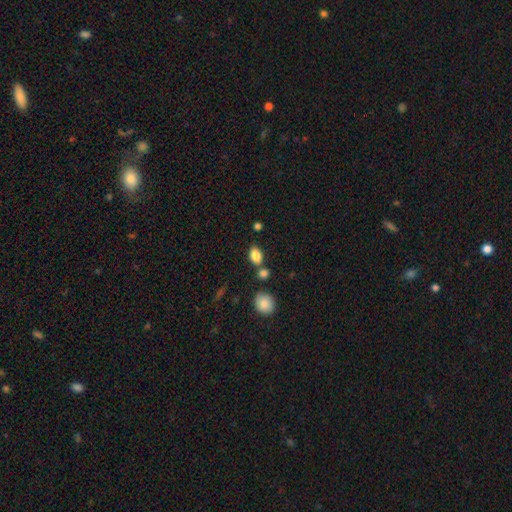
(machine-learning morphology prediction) Overall: smooth (86%). How rounded: in between (84%). Merging: none (69%).